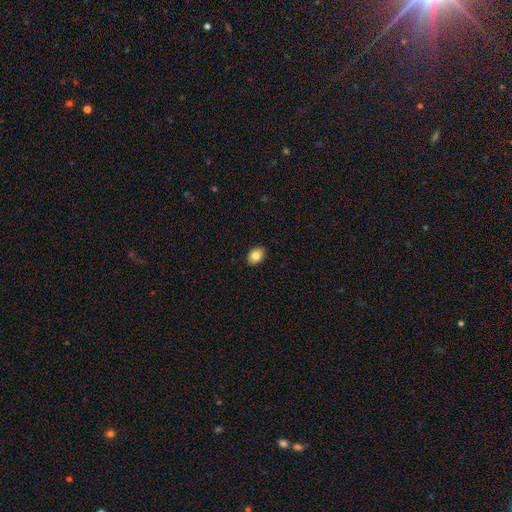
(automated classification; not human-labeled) Smooth or featured: smooth — 84% (star or artifact — 8%)
How rounded: in between — 74% (round — 25%)
Merging: none — 90% (minor disturbance — 7%)